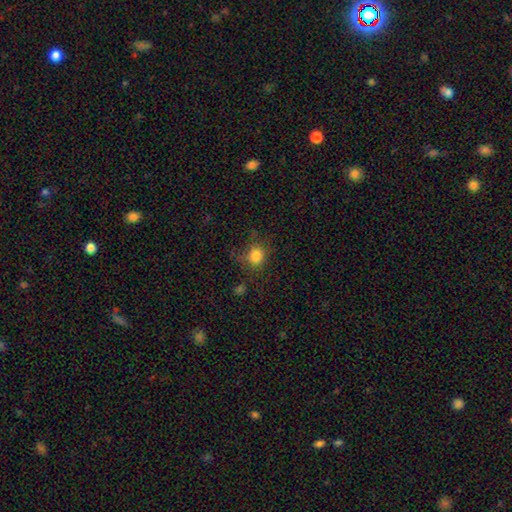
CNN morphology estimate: This appears to be a smooth galaxy with no disk features (81%) that is round (82%). Merging: none (72%).